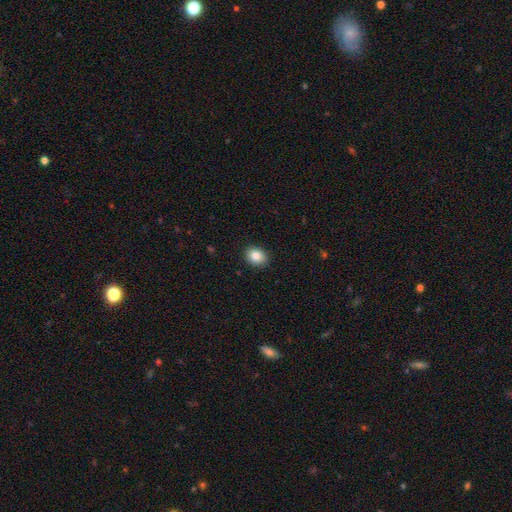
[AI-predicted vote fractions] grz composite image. It shows a smooth galaxy with no disk features (85%) that is round (53%). Merging: none (90%).